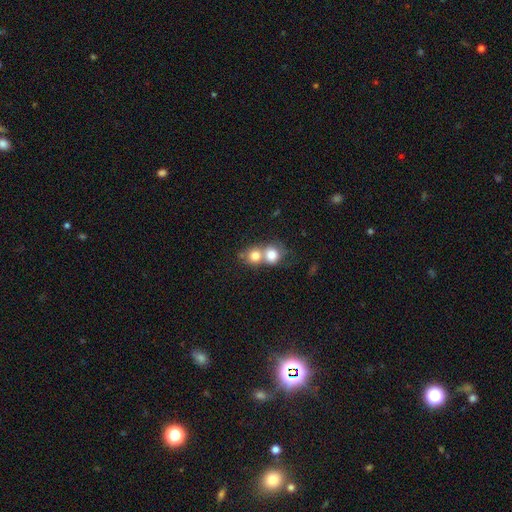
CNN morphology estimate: smooth 76%, featured or disk 14%, star or artifact 9%. Down the decision tree: how rounded — round (78%); merging — merger (67%).